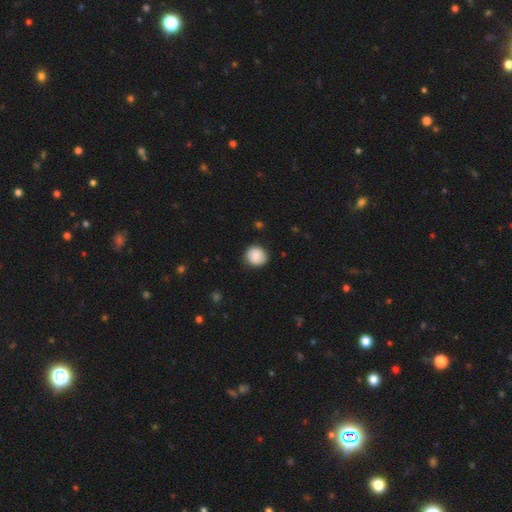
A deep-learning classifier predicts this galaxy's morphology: smooth 83%, featured or disk 10%, star or artifact 7%. Down the decision tree: how rounded — round (86%); merging — none (84%).